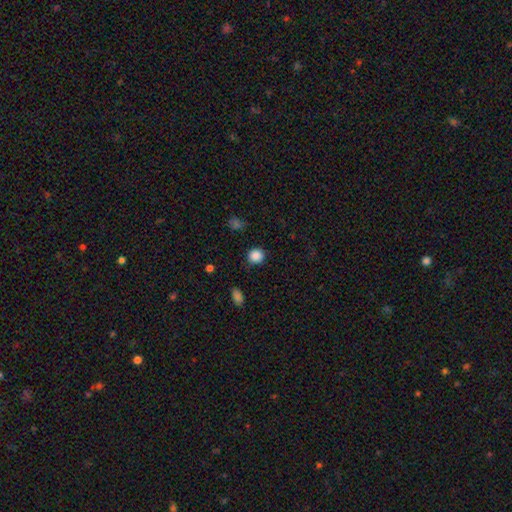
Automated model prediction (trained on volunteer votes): Smooth or featured? Predicted: smooth (p=0.87). How rounded? Predicted: round (p=0.89). Merging? Predicted: none (p=0.88).